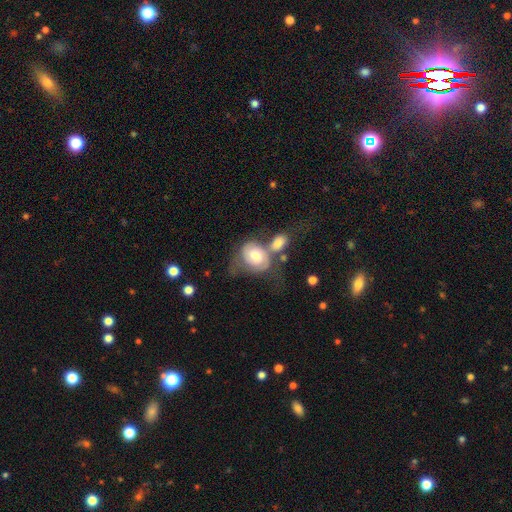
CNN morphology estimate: The model was most divided on "smooth or featured": featured or disk: 47%, smooth: 46%, star or artifact: 7%. Remaining: merging — merger (44%).